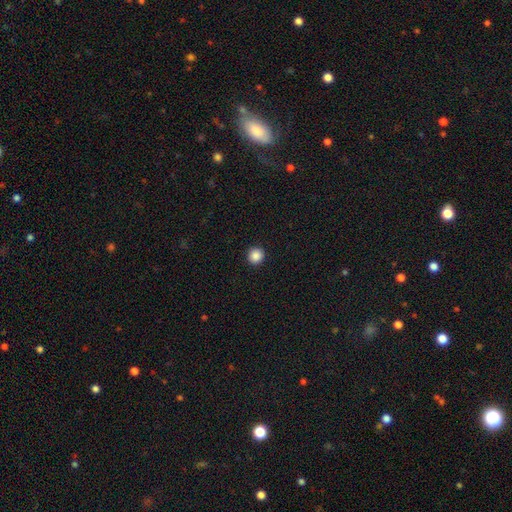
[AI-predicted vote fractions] Morphology: type=smooth (87%); roundness=round (95%); merging=none (94%).